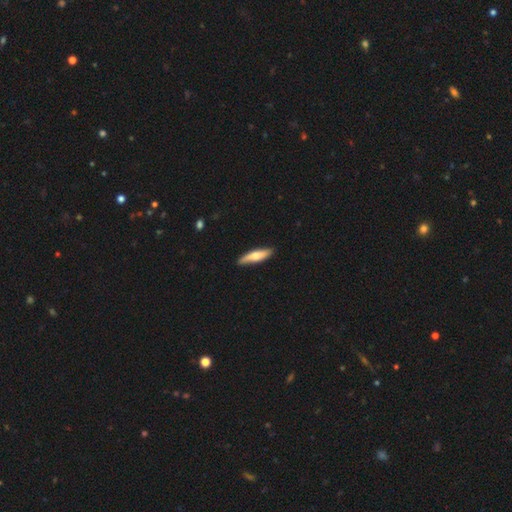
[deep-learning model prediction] Smooth or featured? smooth (60%)
How rounded? cigar-shaped (76%)
Merging? none (84%)